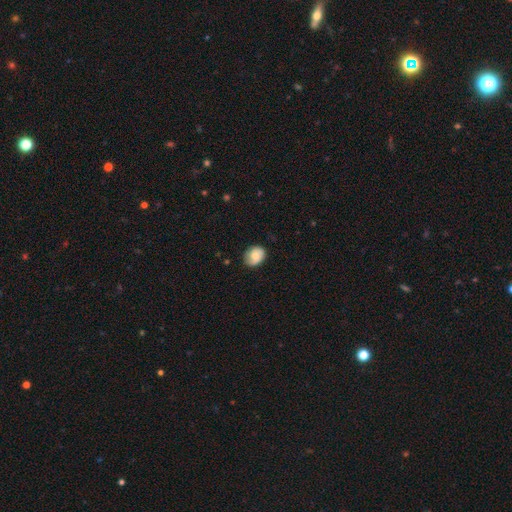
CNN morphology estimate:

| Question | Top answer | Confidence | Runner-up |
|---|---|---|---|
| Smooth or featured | smooth | 58% | featured or disk (34%) |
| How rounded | round | 53% | in between (46%) |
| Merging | none | 72% | minor disturbance (22%) |